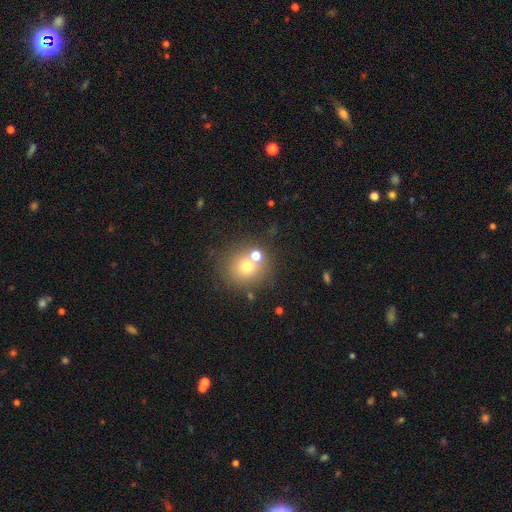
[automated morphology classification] Smooth or featured?
  - smooth: 68% *
  - featured or disk: 16%
  - star or artifact: 15%
How rounded?
  - round: 87% *
  - in between: 12%
  - cigar-shaped: 1%
Merging?
  - none: 59% *
  - merger: 28%
  - minor disturbance: 9%
  - major disturbance: 4%